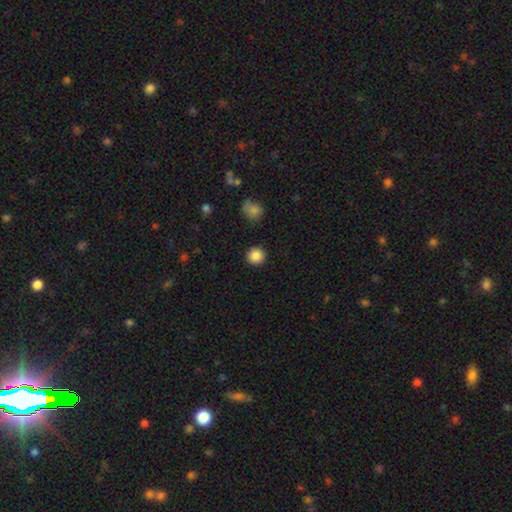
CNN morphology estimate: Smooth or featured? Predicted: smooth (p=0.87). How rounded? Predicted: round (p=0.94). Merging? Predicted: none (p=0.91).